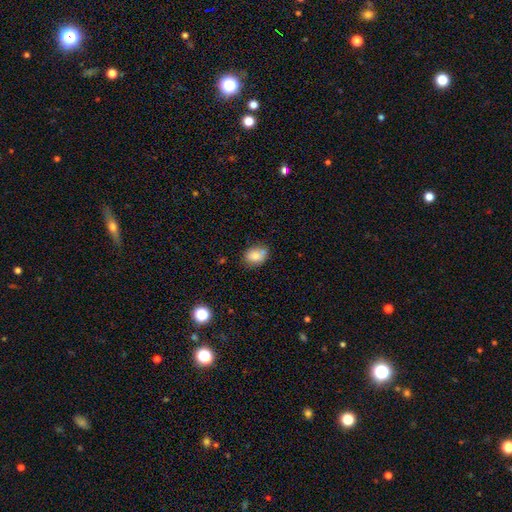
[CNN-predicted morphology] A smooth galaxy with no disk features (81%) that is in between round and cigar-shaped (66%).

Vote fractions:
- Smooth or featured? smooth: 81% / featured or disk: 10% / star or artifact: 9%
- How rounded? in between: 66% / round: 32% / cigar-shaped: 1%
- Merging? none: 64% / minor disturbance: 25% / merger: 6% / major disturbance: 5%